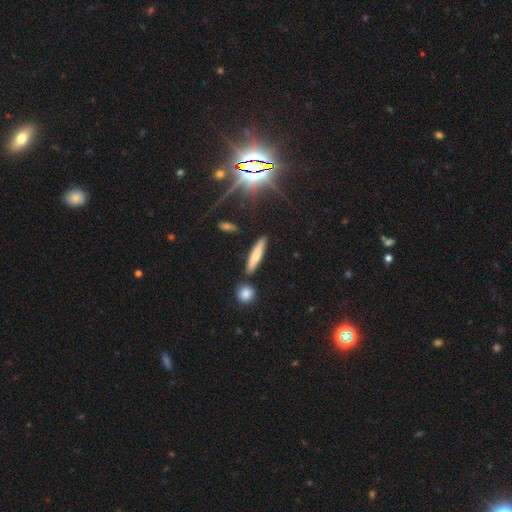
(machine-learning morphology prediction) Smooth or featured?
  - smooth: 68% *
  - featured or disk: 24%
  - star or artifact: 8%
How rounded?
  - cigar-shaped: 85% *
  - in between: 13%
  - round: 2%
Merging?
  - none: 83% *
  - minor disturbance: 9%
  - merger: 5%
  - major disturbance: 2%